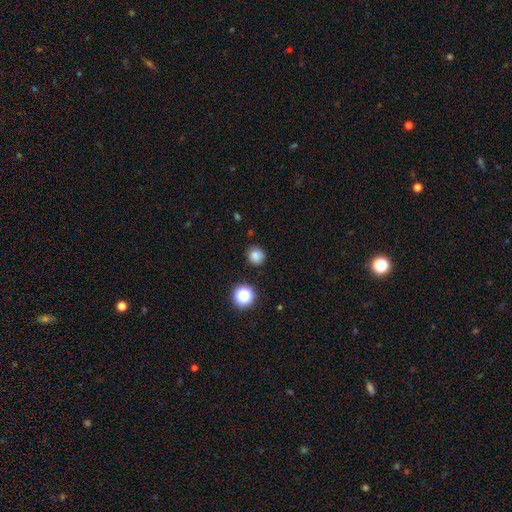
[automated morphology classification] This appears to be a smooth galaxy with no disk features (81%) that is round (86%). Merging: none (83%).